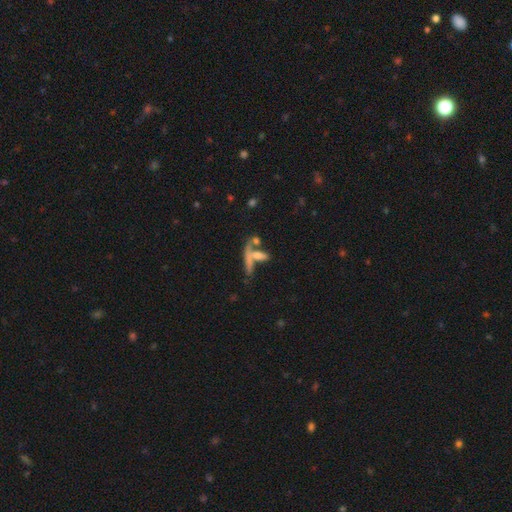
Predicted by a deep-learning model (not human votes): Morphology: type=smooth (57%); roundness=cigar-shaped (68%); merging=merger (42%).